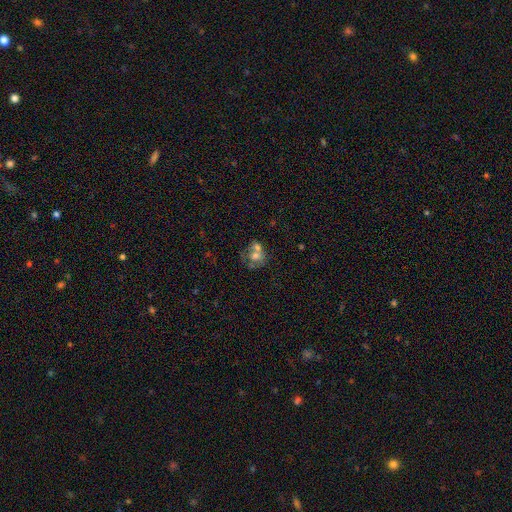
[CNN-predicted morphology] Smooth or featured: smooth — 57% (featured or disk — 33%)
How rounded: round — 64% (in between — 35%)
Merging: merger — 57% (none — 25%)